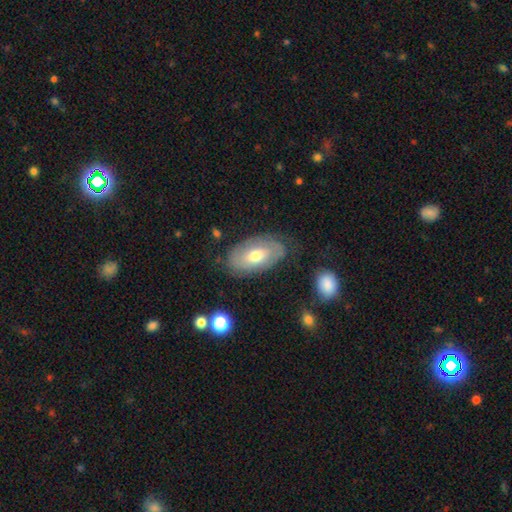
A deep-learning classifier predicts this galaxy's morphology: type=featured or disk (49%); merging=none (74%).